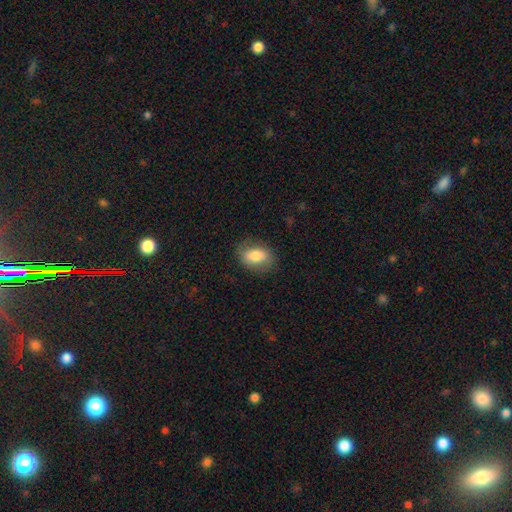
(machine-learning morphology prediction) Smooth or featured? smooth (77%)
How rounded? in between (83%)
Merging? none (77%)